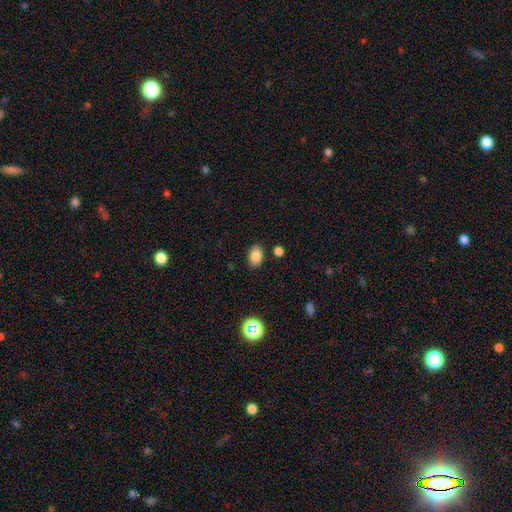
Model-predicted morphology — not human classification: This appears to be a smooth galaxy with no disk features (84%) that is in between round and cigar-shaped (81%). Merging: none (84%).